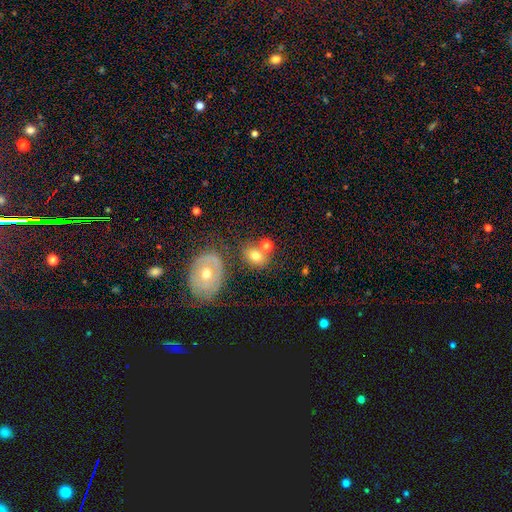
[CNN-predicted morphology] type=smooth (70%); roundness=in between (56%); merging=none (57%).